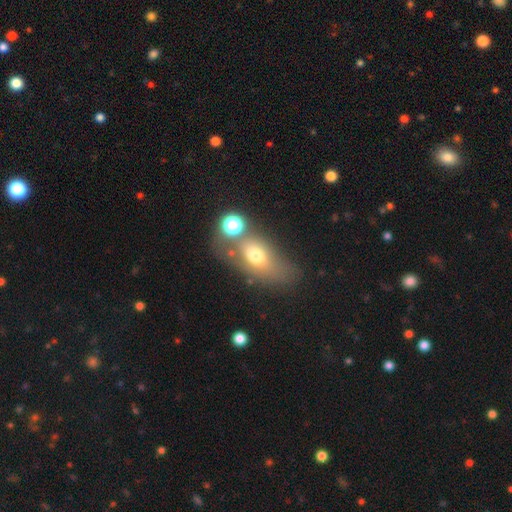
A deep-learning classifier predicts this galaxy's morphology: Smooth or featured: smooth — 63% (featured or disk — 25%)
How rounded: in between — 78% (round — 14%)
Merging: none — 49% (merger — 20%)